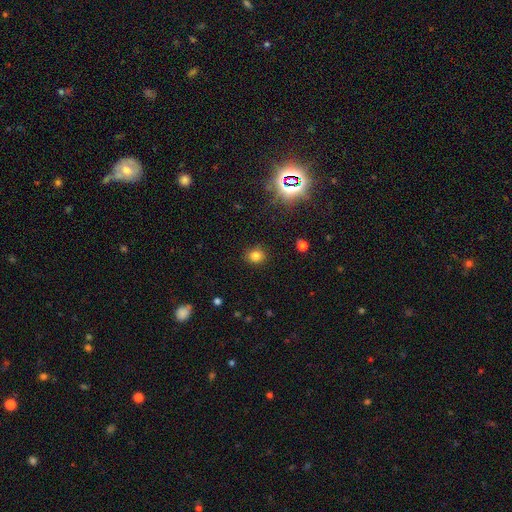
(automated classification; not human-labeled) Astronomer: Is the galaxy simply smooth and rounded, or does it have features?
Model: smooth — 77%.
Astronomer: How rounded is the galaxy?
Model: round — 78%.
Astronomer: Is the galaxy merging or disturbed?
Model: none — 87%.